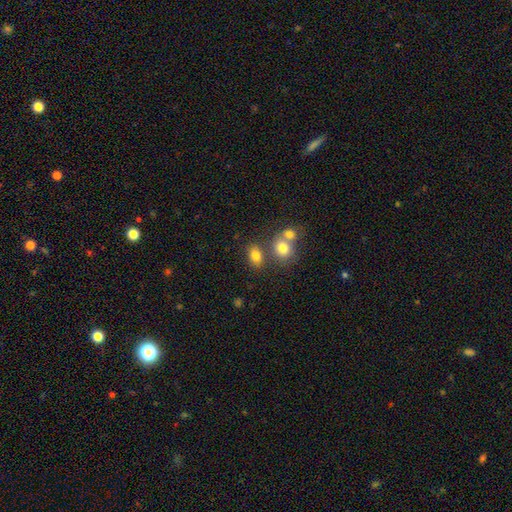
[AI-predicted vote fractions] Overall: smooth (78%). How rounded: in between (69%; round 30%). Merging: none (59%; merger 26%).